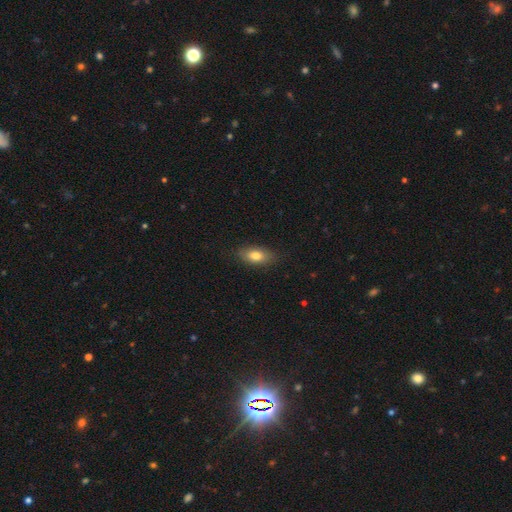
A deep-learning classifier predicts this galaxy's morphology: Q: Smooth or featured?
A: smooth (78%); runner-up: featured or disk (14%)
Q: How rounded?
A: in between (85%); runner-up: cigar-shaped (8%)
Q: Merging?
A: none (84%); runner-up: minor disturbance (12%)